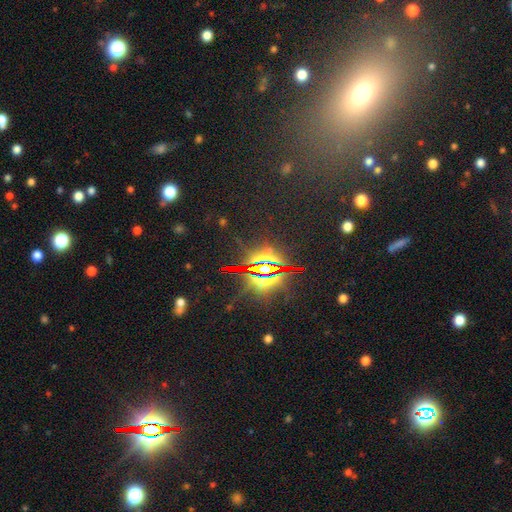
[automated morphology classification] The model was most divided on "smooth or featured": star or artifact: 75%, smooth: 16%, featured or disk: 10%.